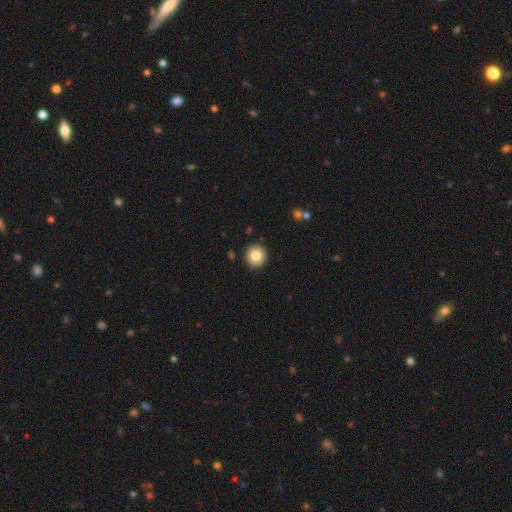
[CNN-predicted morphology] This is clearly a smooth galaxy (83%). How rounded: clearly round (93%). Merging: clearly none (91%).